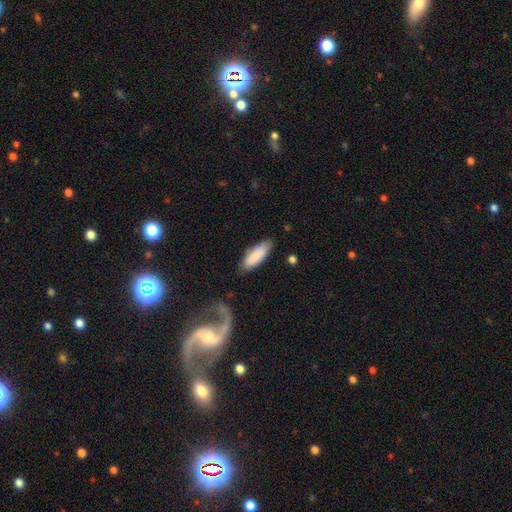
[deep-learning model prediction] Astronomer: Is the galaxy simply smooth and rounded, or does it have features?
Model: smooth — 84%.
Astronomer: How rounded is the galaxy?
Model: in between — 63%.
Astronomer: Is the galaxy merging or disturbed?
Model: none — 76%.